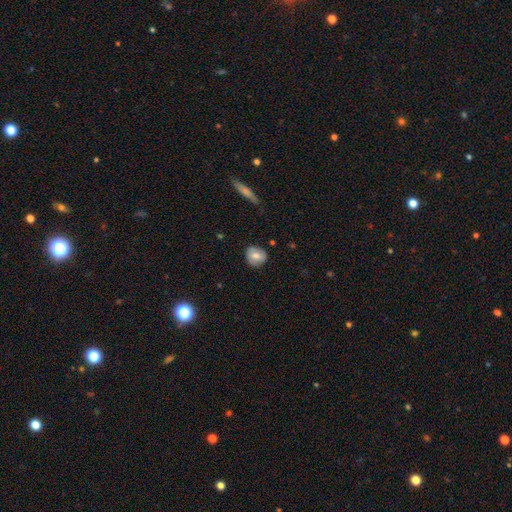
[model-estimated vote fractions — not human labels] Q: Smooth or featured?
A: smooth (69%); runner-up: featured or disk (24%)
Q: How rounded?
A: round (81%); runner-up: in between (18%)
Q: Merging?
A: none (82%); runner-up: minor disturbance (14%)